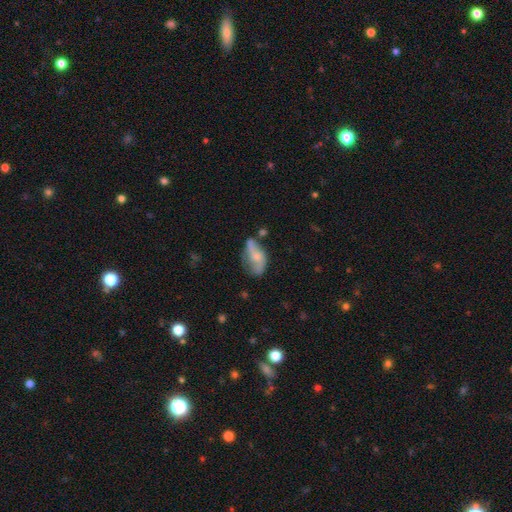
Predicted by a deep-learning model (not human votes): This appears to be a featured or disk galaxy (46%). Merging: none (39%).